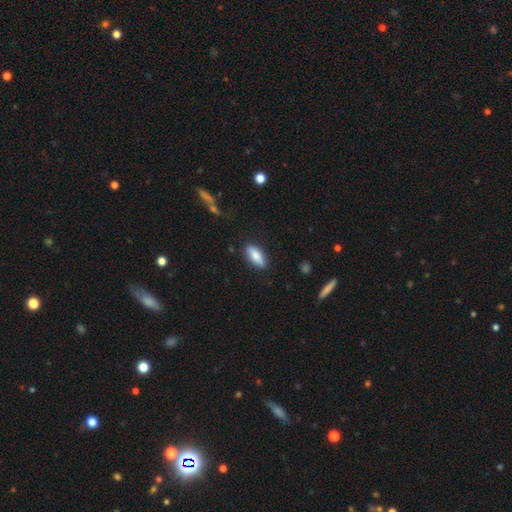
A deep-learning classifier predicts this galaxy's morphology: type=smooth (80%); roundness=in between (74%); merging=none (85%).